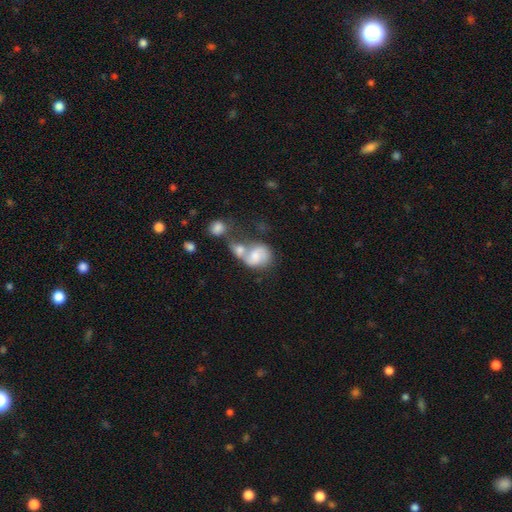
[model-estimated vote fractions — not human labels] Smooth or featured: featured or disk — 49% (smooth — 42%)
Merging: merger — 62% (none — 18%)